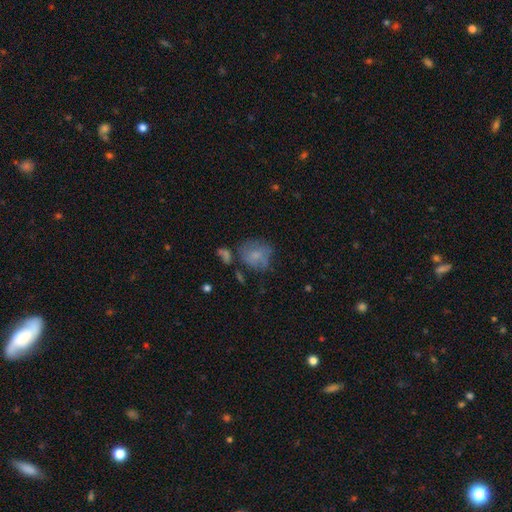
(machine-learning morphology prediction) Smooth or featured: smooth — 62% (featured or disk — 26%)
How rounded: round — 59% (in between — 39%)
Merging: none — 46% (minor disturbance — 24%)